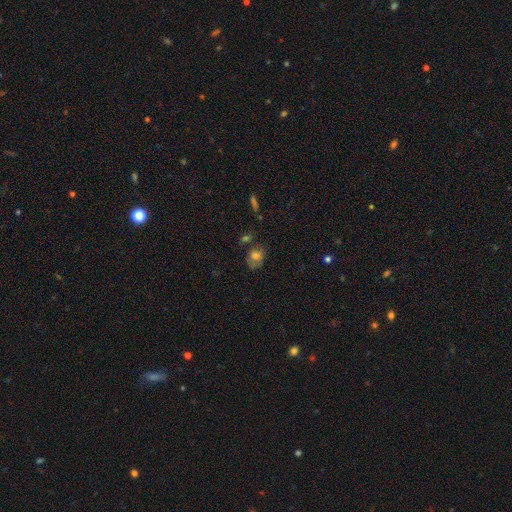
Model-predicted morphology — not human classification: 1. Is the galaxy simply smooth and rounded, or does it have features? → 67% smooth, 21% featured or disk, 11% star or artifact.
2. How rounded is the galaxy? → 56% in between, 43% round, 1% cigar-shaped.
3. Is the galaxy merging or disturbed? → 45% none, 28% minor disturbance, 16% major disturbance, 10% merger.